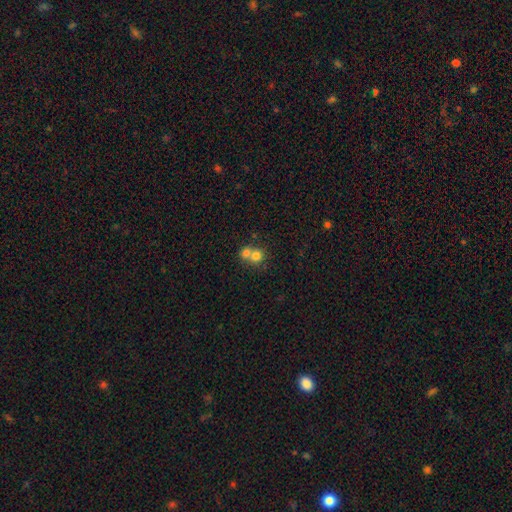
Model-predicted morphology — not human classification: This is likely a smooth galaxy (73%). How rounded: clearly round (82%). Merging: likely merger (63%).